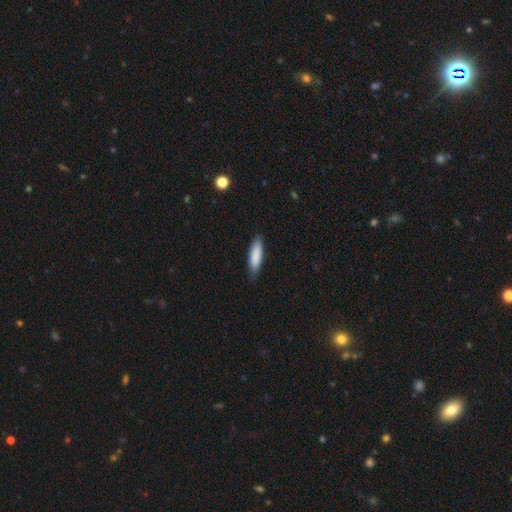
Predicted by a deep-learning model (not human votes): Q: Smooth or featured?
A: smooth (87%); runner-up: featured or disk (7%)
Q: How rounded?
A: cigar-shaped (53%); runner-up: in between (45%)
Q: Merging?
A: none (84%); runner-up: minor disturbance (13%)